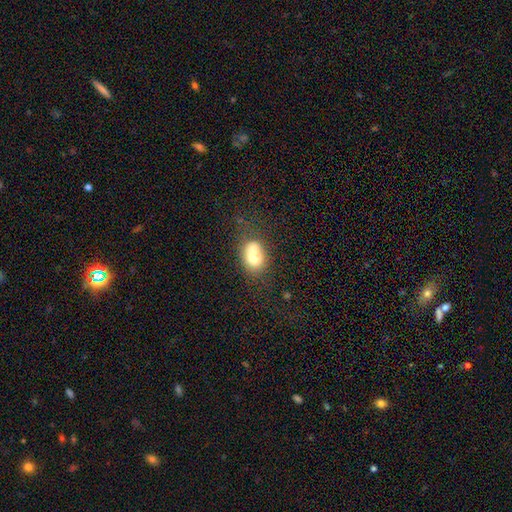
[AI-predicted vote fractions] Overall: smooth (68%). How rounded: in between (51%; round 47%). Merging: merger (55%; none 31%).